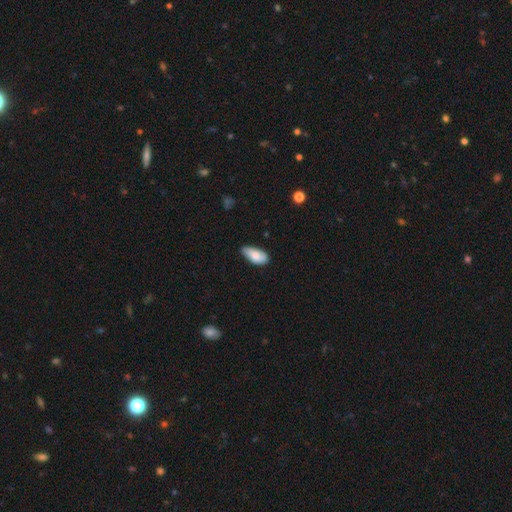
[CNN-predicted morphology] smooth-or-featured: smooth: 79% | featured or disk: 15% | star or artifact: 6%
  how-rounded: in between: 91% | cigar-shaped: 7% | round: 2%
  merging: none: 54% | minor disturbance: 38% | major disturbance: 5% | merger: 2%